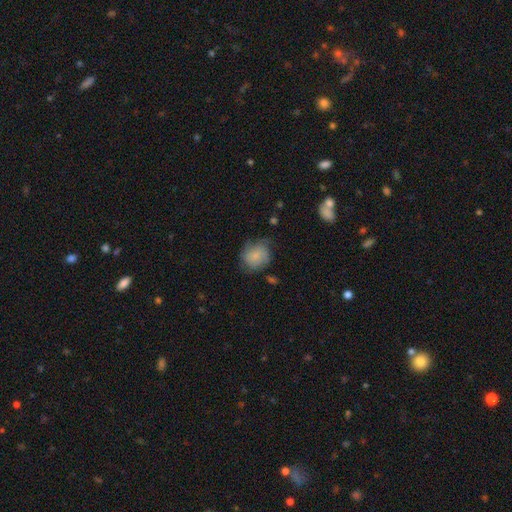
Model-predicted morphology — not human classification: Overall: smooth (75%). How rounded: round (72%). Merging: none (53%; minor disturbance 32%).